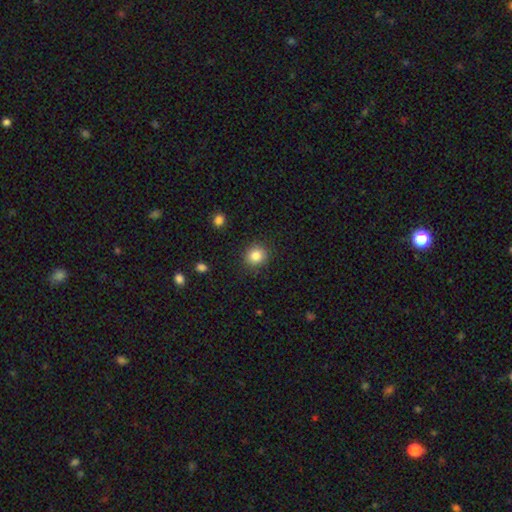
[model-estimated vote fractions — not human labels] A smooth galaxy with no disk features (84%) that is round (85%).

Vote fractions:
- Smooth or featured? smooth: 84% / star or artifact: 10% / featured or disk: 6%
- How rounded? round: 85% / in between: 14% / cigar-shaped: 1%
- Merging? none: 88% / minor disturbance: 8% / major disturbance: 2% / merger: 1%